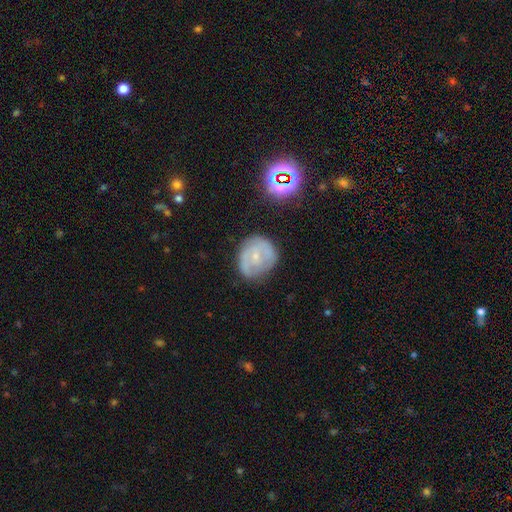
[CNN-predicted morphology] A featured or disk galaxy (58%) with no bar (67%), spiral arms (68%) and a small central bulge (72%).

Vote fractions:
- Smooth or featured? featured or disk: 58% / smooth: 32% / star or artifact: 10%
- Edge-on disk? no: 97% / yes: 3%
- Bar? no: 67% / weak: 27% / strong: 6%
- Spiral arms? yes: 68% / no: 32%
- Bulge size? small: 72% / moderate: 23% / none: 3% / large: 1% / dominant: 1%
- Merging? none: 65% / minor disturbance: 24% / major disturbance: 8% / merger: 2%